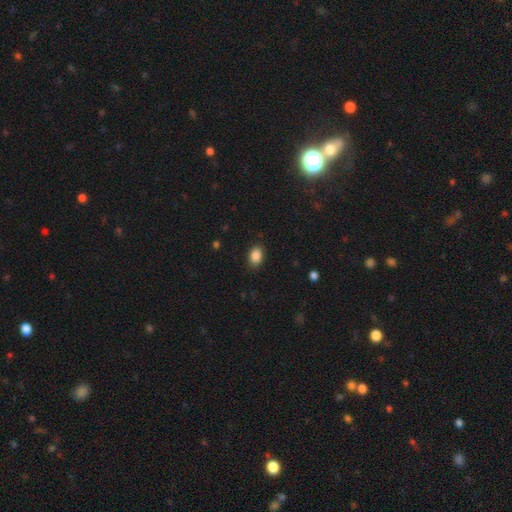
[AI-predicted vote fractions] smooth 88%, star or artifact 8%, featured or disk 4%. Down the decision tree: how rounded — in between (83%); merging — none (87%).